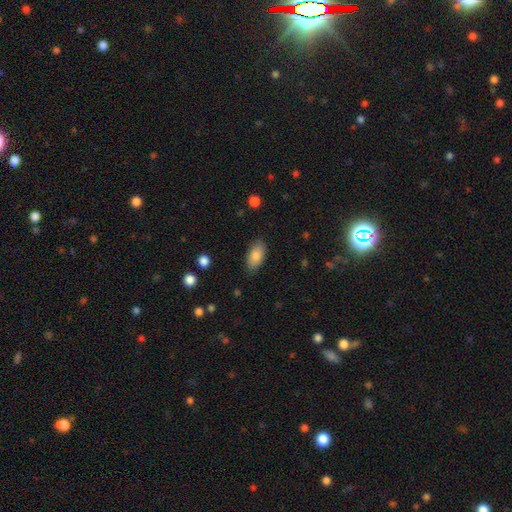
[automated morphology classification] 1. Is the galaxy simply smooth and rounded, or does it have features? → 83% smooth, 10% featured or disk, 7% star or artifact.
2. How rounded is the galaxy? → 92% in between, 4% cigar-shaped, 3% round.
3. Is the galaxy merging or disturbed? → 84% none, 12% minor disturbance, 3% major disturbance, 1% merger.